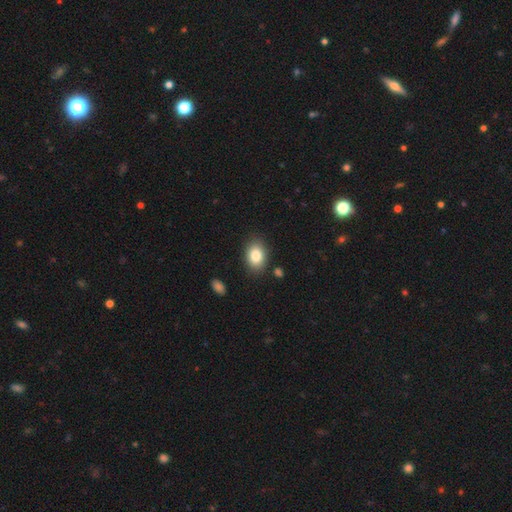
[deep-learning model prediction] This appears to be a smooth galaxy with no disk features (84%) that is in between round and cigar-shaped (79%). Merging: none (85%).